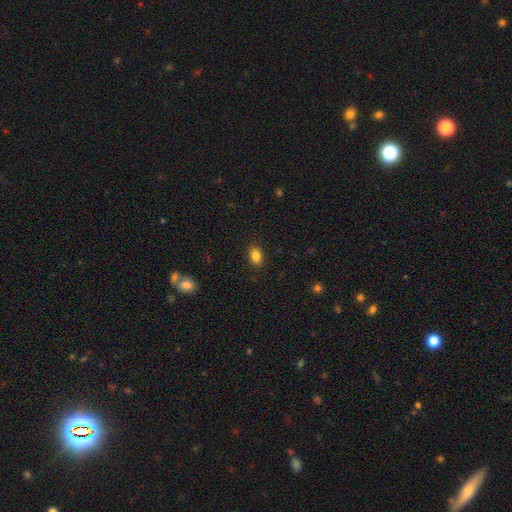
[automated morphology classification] smooth 85%, star or artifact 10%, featured or disk 5%. Down the decision tree: how rounded — in between (78%); merging — none (89%).